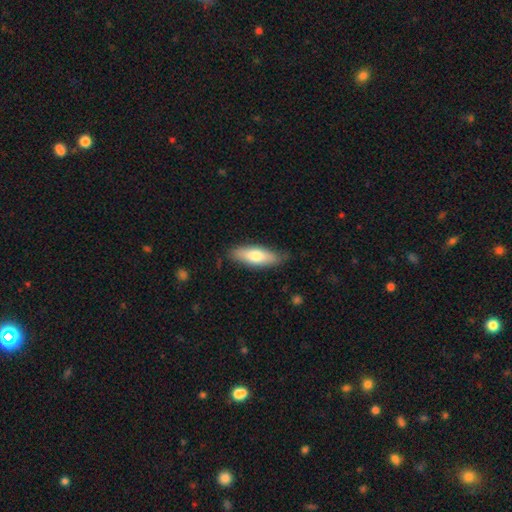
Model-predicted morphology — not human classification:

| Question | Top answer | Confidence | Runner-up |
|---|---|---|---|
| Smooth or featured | smooth | 72% | featured or disk (23%) |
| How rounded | in between | 57% | cigar-shaped (41%) |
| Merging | none | 81% | minor disturbance (15%) |